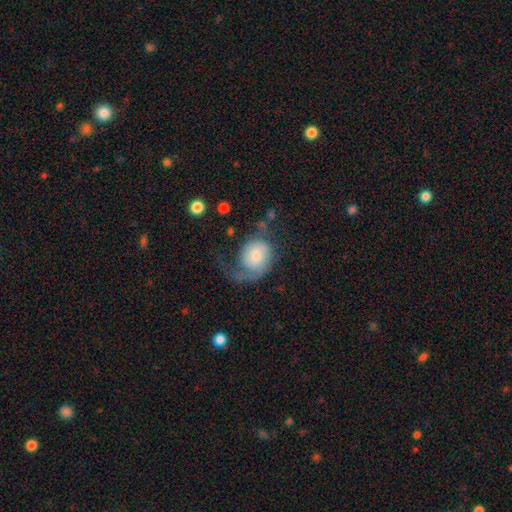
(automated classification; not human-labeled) A featured or disk galaxy (51%). Merging: major disturbance (47%).